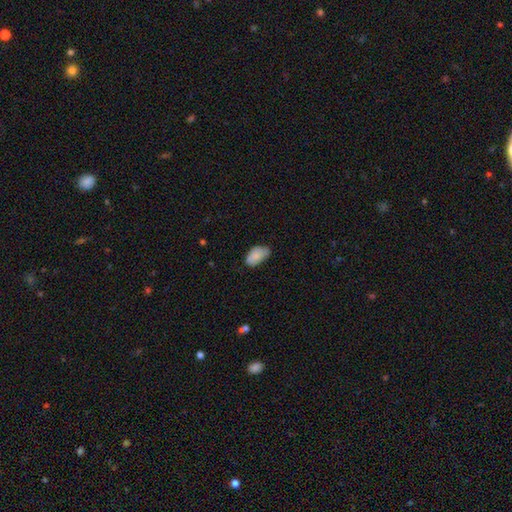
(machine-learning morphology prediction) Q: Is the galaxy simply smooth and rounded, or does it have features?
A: smooth — 85%.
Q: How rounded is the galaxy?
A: in between — 93%.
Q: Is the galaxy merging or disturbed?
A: none — 62%.